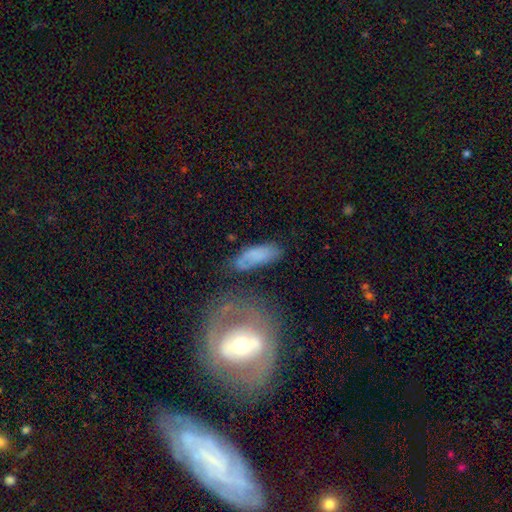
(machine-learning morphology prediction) Q: Smooth or featured?
A: smooth (61%); runner-up: featured or disk (29%)
Q: How rounded?
A: in between (69%); runner-up: cigar-shaped (26%)
Q: Merging?
A: none (54%); runner-up: minor disturbance (23%)